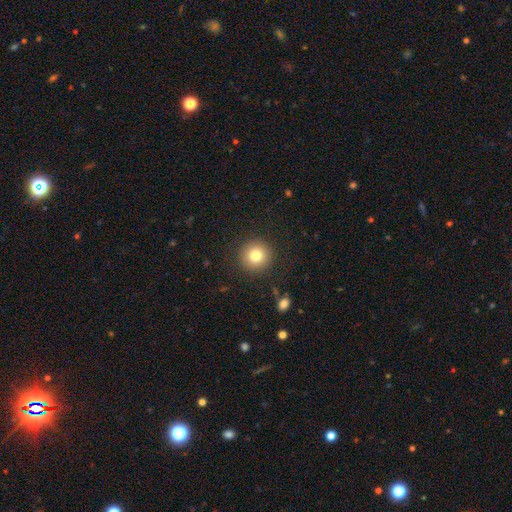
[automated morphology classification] The model was most divided on "smooth or featured": smooth: 80%, star or artifact: 11%, featured or disk: 9%. More confident: how rounded — round (94%); merging — none (90%).